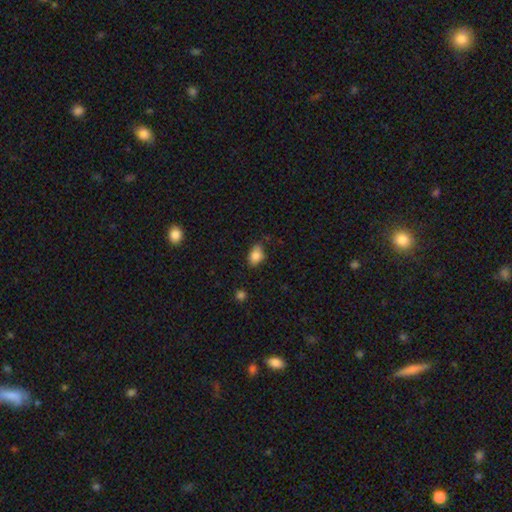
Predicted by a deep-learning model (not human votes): smooth 83%, star or artifact 9%, featured or disk 8%. Down the decision tree: how rounded — in between (81%); merging — none (69%).